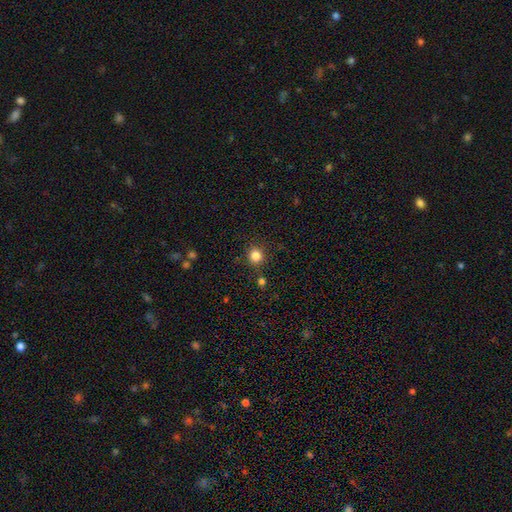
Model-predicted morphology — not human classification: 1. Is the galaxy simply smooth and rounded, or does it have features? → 83% smooth, 12% star or artifact, 5% featured or disk.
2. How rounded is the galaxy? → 91% round, 8% in between, 1% cigar-shaped.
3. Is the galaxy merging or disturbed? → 87% none, 7% minor disturbance, 3% merger, 3% major disturbance.